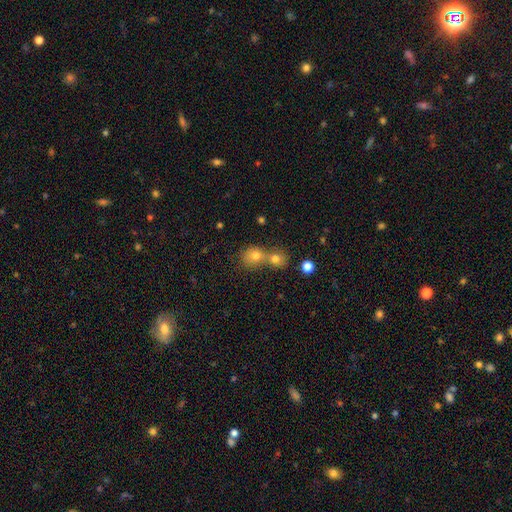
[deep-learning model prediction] Overall: smooth (70%). How rounded: round (77%). Merging: merger (52%; none 39%).